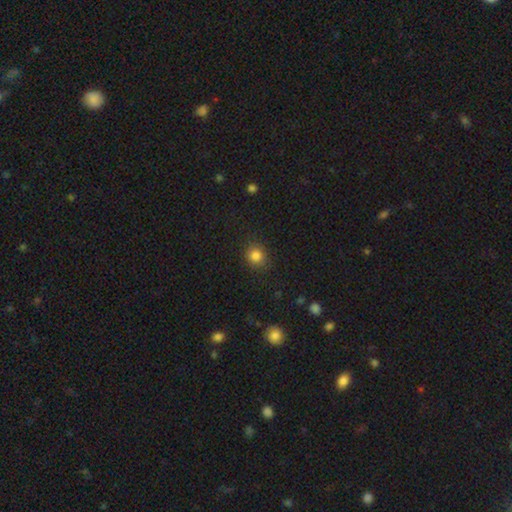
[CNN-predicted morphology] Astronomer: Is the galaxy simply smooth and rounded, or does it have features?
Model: smooth — 83%.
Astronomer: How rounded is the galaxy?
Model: round — 83%.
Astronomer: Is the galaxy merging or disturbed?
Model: none — 88%.